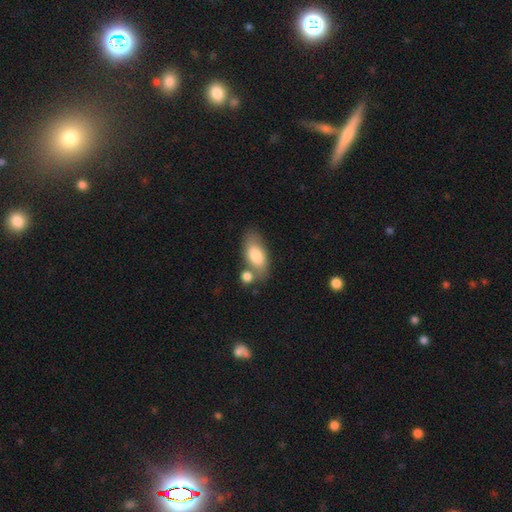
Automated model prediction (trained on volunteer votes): A smooth galaxy with no disk features (79%) that is in between round and cigar-shaped (90%). Merging: none (56%).